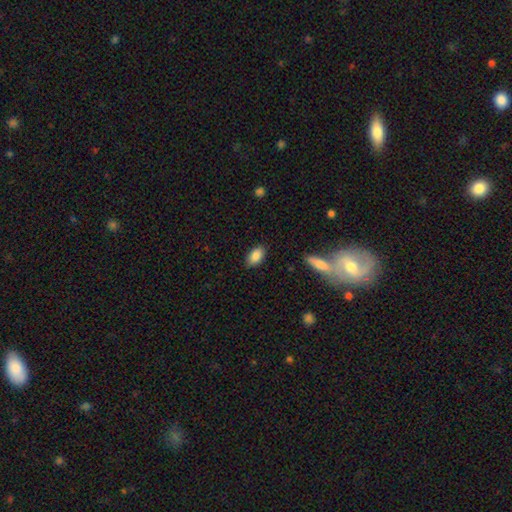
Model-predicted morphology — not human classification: Smooth or featured: smooth — 86% (star or artifact — 7%)
How rounded: in between — 91% (round — 6%)
Merging: none — 86% (minor disturbance — 10%)